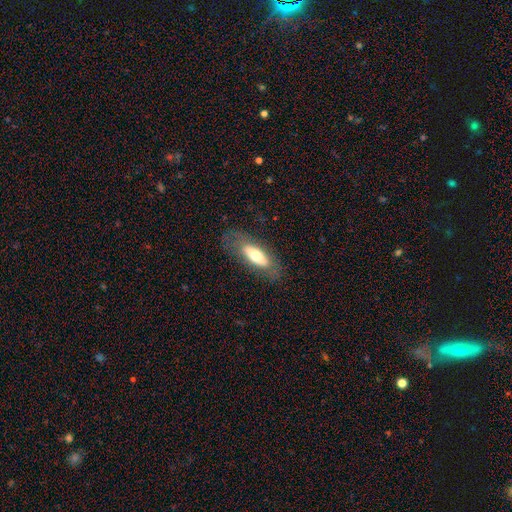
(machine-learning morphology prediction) A smooth galaxy with no disk features (60%) that is in between round and cigar-shaped (66%). Merging: none (73%).